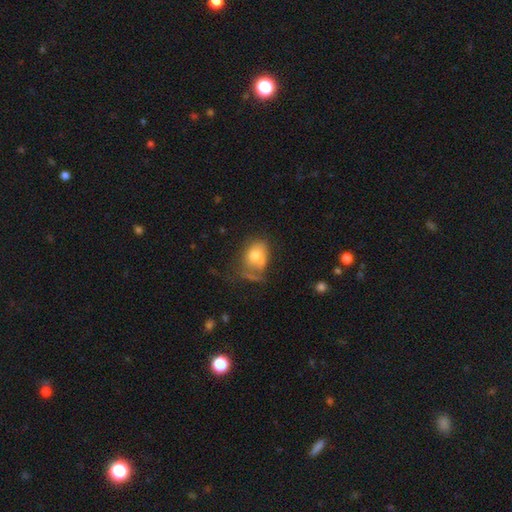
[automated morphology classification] A smooth galaxy with no disk features (70%) that is in between round and cigar-shaped (64%).

Vote fractions:
- Smooth or featured? smooth: 70% / featured or disk: 20% / star or artifact: 9%
- How rounded? in between: 64% / round: 34% / cigar-shaped: 1%
- Merging? none: 42% / minor disturbance: 26% / major disturbance: 19% / merger: 13%